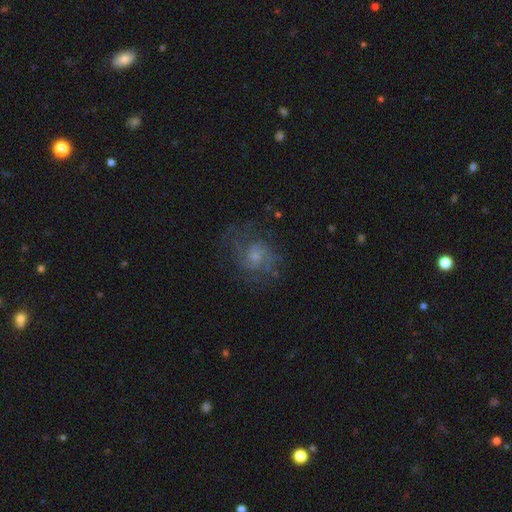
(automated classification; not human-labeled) Smooth or featured? featured or disk (69%)
Edge-on disk? no (98%)
Bar? no (68%)
Spiral arms? yes (88%)
Spiral winding? medium (48%)
Spiral arm count? 2 (53%)
Bulge size? small (51%)
Merging? none (64%)